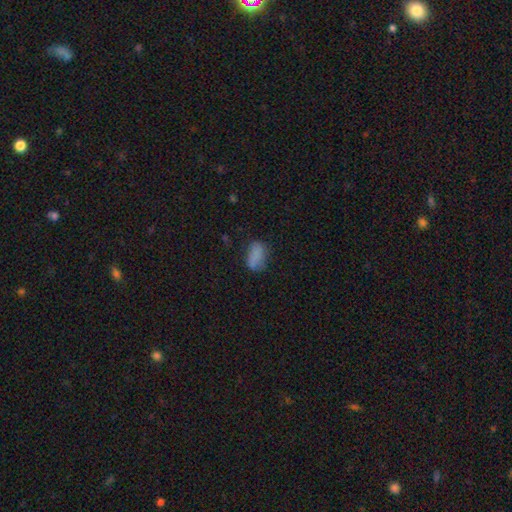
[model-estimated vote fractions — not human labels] smooth_or_featured: smooth (p=0.79) [alt: star or artifact p=0.11]
how_rounded: in between (p=0.89) [alt: round p=0.08]
merging: none (p=0.59) [alt: minor disturbance p=0.27]